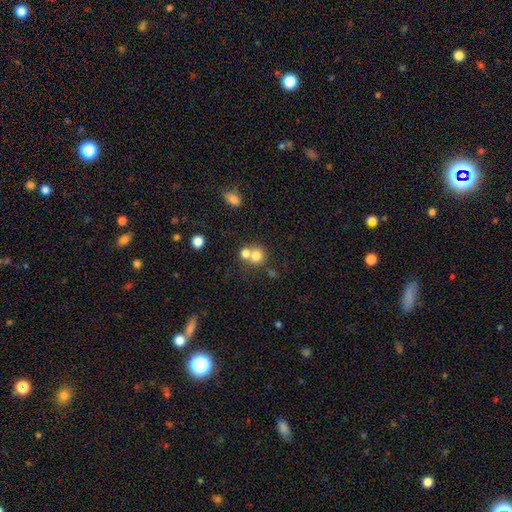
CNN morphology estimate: The model was most divided on "merging": merger: 49%, none: 42%, minor disturbance: 7%, major disturbance: 3%. More confident: how rounded — round (83%); smooth or featured — smooth (75%).